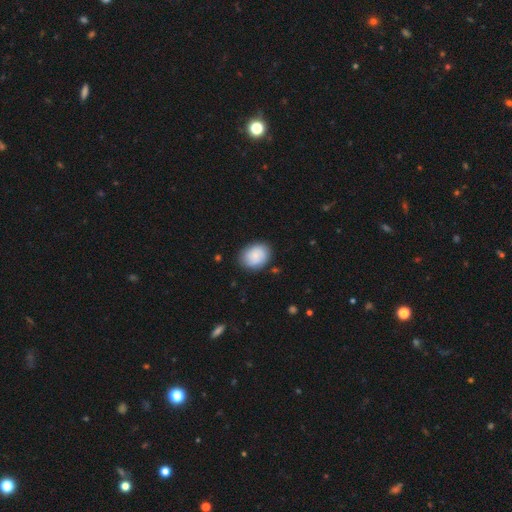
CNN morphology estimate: Overall: smooth (72%). How rounded: in between (54%; round 45%). Merging: none (80%).